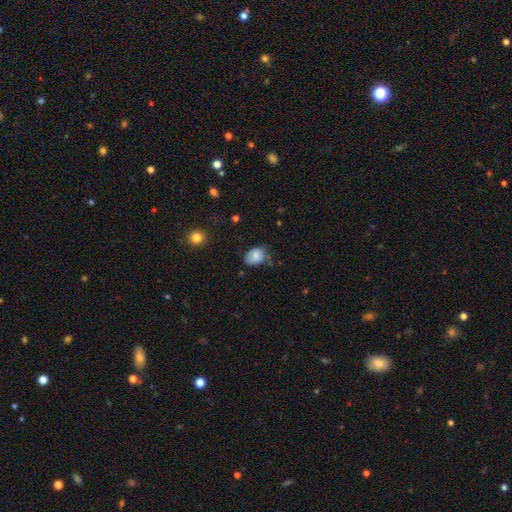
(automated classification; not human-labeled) The model was most divided on "merging": none: 52%, minor disturbance: 35%, major disturbance: 9%, merger: 3%. More confident: smooth or featured — smooth (80%); how rounded — in between (76%).